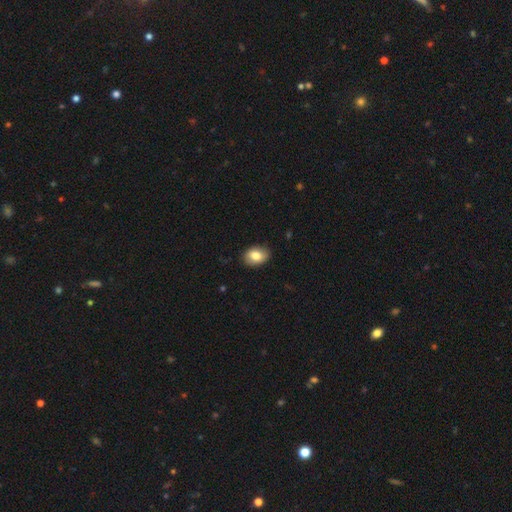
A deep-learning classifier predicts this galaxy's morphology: This appears to be a smooth galaxy with no disk features (81%) that is in between round and cigar-shaped (79%). Merging: none (87%).